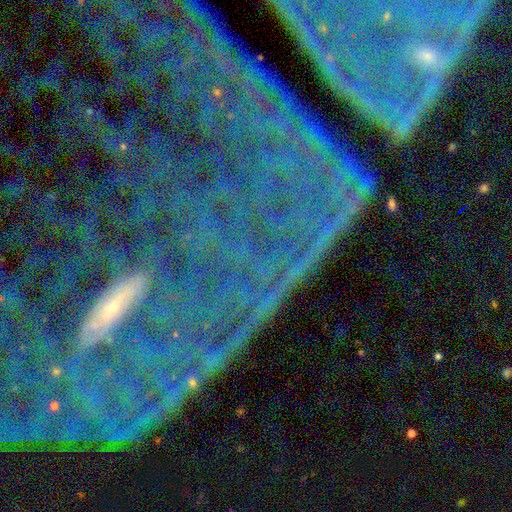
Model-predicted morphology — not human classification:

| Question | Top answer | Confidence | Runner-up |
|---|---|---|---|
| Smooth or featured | star or artifact | 72% | featured or disk (18%) |